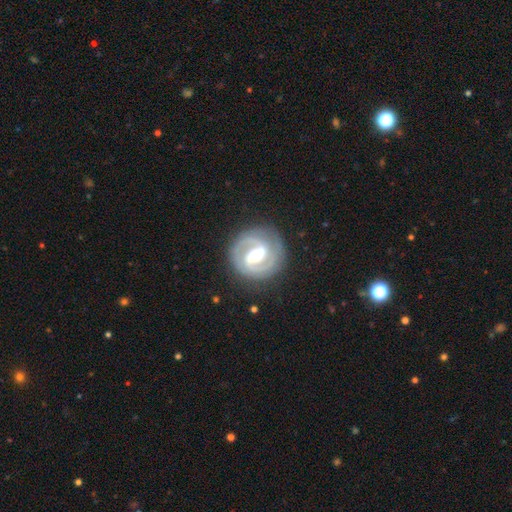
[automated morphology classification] Smooth or featured? Predicted: featured or disk (p=0.89). Edge-on disk? Predicted: no (p=0.98). Bar? Predicted: strong (p=0.46). Spiral arms? Predicted: yes (p=0.96). Spiral winding? Predicted: tight (p=0.61). Spiral arm count? Predicted: 2 (p=0.89). Bulge size? Predicted: moderate (p=0.65). Merging? Predicted: none (p=0.84).